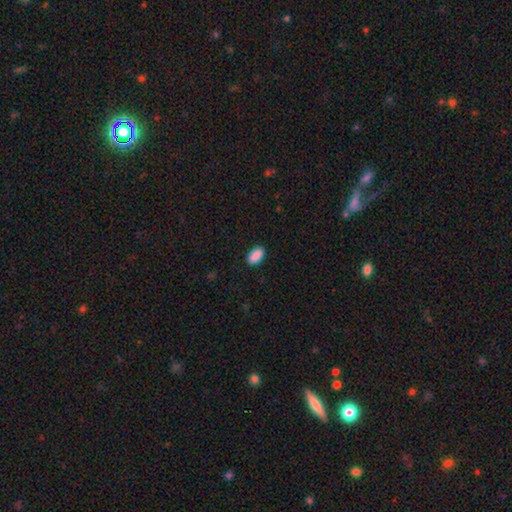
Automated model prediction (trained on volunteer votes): Smooth or featured: smooth — 91% (star or artifact — 7%)
How rounded: in between — 94% (round — 5%)
Merging: none — 90% (minor disturbance — 7%)